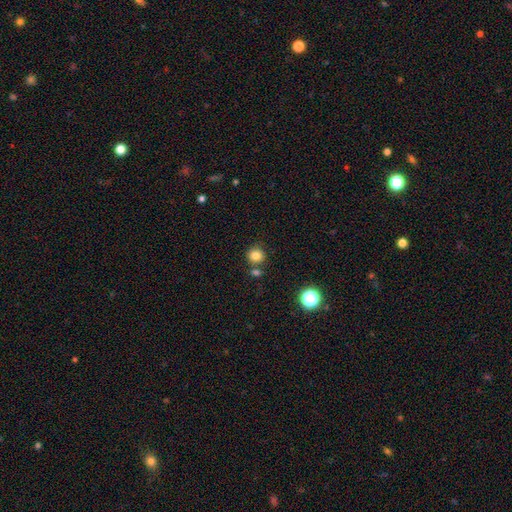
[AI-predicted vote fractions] Smooth or featured?
  - smooth: 81% *
  - star or artifact: 13%
  - featured or disk: 6%
How rounded?
  - round: 91% *
  - in between: 8%
  - cigar-shaped: 1%
Merging?
  - none: 75% *
  - merger: 14%
  - minor disturbance: 9%
  - major disturbance: 3%